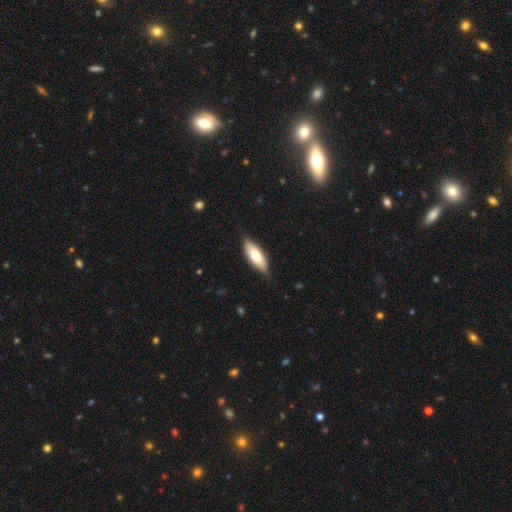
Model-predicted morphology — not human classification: Smooth or featured? Predicted: smooth (p=0.72). How rounded? Predicted: in between (p=0.73). Merging? Predicted: none (p=0.80).